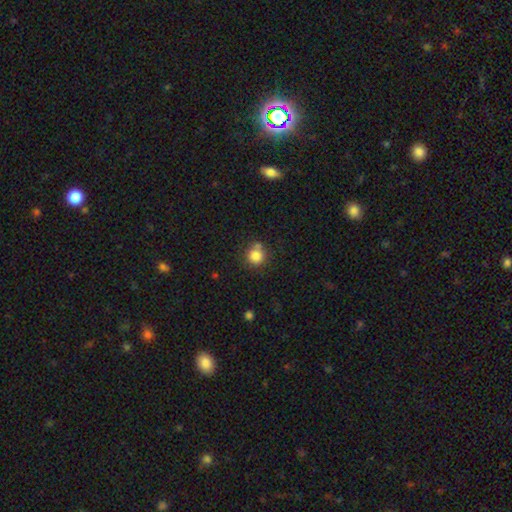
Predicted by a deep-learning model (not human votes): Morphology: type=smooth (82%); roundness=round (90%); merging=none (66%).